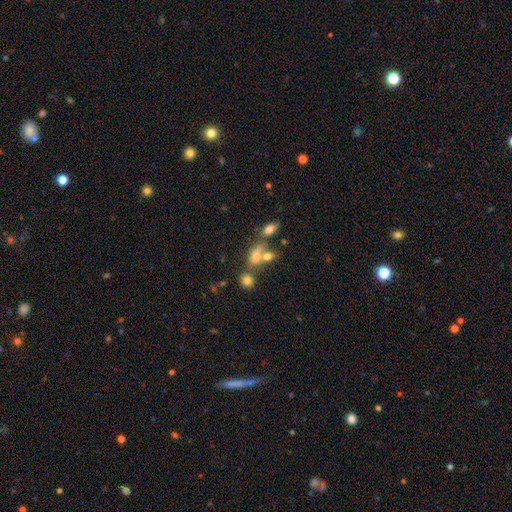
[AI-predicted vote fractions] Smooth or featured?
  - smooth: 60% *
  - featured or disk: 21%
  - star or artifact: 19%
How rounded?
  - in between: 64% *
  - round: 27%
  - cigar-shaped: 9%
Merging?
  - merger: 41% *
  - none: 38%
  - minor disturbance: 12%
  - major disturbance: 9%